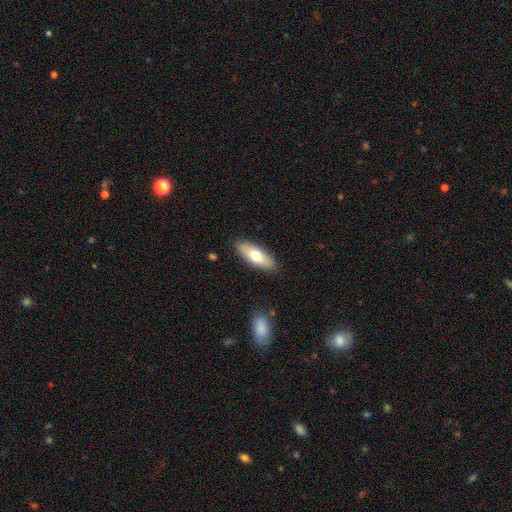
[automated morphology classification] Smooth or featured?
  - smooth: 70% *
  - featured or disk: 24%
  - star or artifact: 6%
How rounded?
  - in between: 67% *
  - cigar-shaped: 31%
  - round: 2%
Merging?
  - none: 87% *
  - minor disturbance: 9%
  - major disturbance: 2%
  - merger: 1%